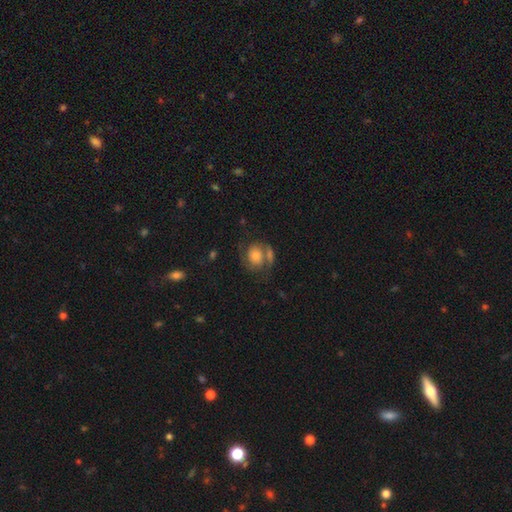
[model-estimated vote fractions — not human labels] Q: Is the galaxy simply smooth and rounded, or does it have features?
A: featured or disk — 62%.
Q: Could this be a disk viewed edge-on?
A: no — 98%.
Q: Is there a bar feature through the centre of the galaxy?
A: no — 77%.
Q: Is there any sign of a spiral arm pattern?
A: yes — 87%.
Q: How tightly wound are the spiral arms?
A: medium — 46%.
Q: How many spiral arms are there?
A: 2 — 84%.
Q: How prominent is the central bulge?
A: moderate — 38%.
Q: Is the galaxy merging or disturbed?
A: none — 48%.